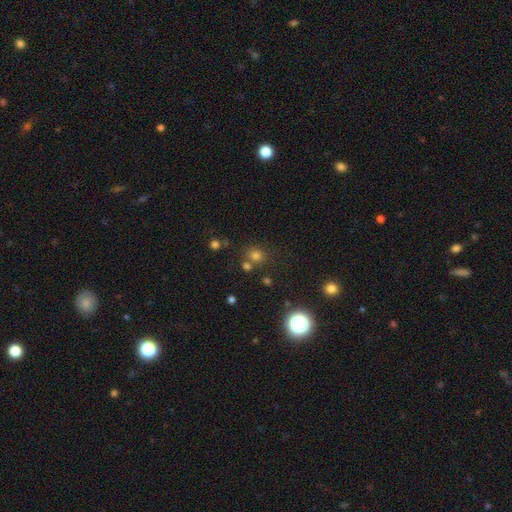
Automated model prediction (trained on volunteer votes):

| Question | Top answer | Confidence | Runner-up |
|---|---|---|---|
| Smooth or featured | smooth | 66% | star or artifact (26%) |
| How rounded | round | 81% | in between (18%) |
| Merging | none | 68% | merger (18%) |